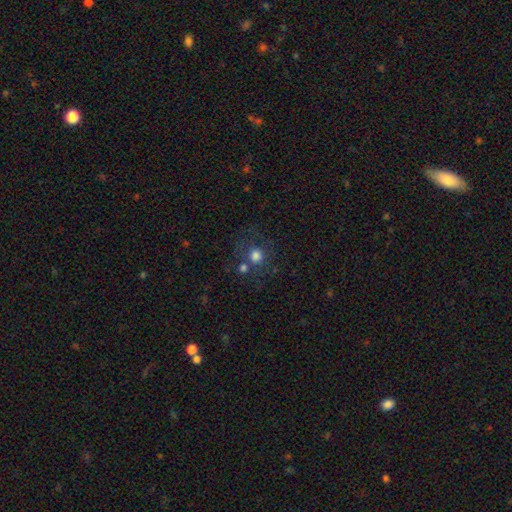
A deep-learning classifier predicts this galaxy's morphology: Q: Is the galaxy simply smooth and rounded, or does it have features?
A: smooth — 73%.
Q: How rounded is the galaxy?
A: round — 90%.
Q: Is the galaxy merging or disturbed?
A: none — 62%.